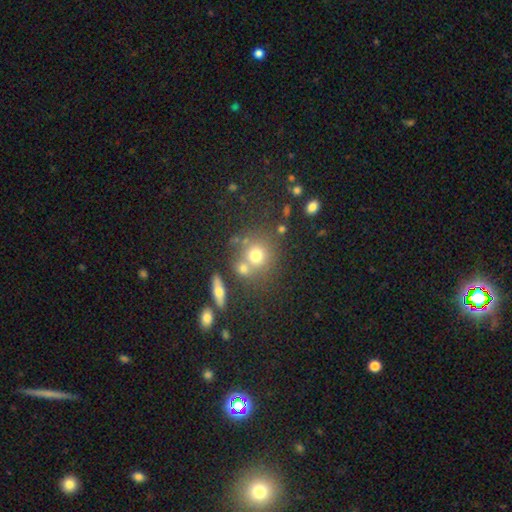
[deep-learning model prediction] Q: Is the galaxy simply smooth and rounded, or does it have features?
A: smooth — 69%.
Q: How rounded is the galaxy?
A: round — 85%.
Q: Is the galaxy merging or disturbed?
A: none — 60%.